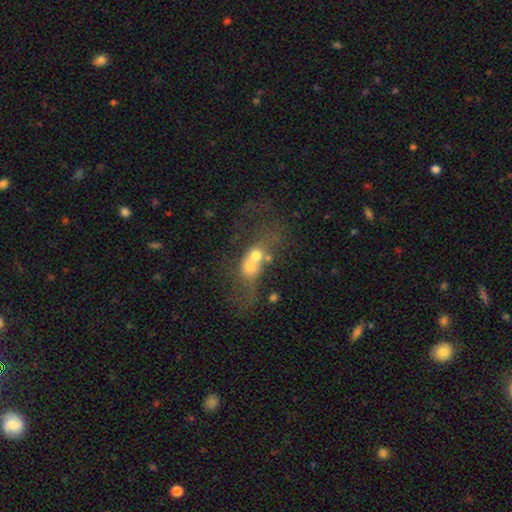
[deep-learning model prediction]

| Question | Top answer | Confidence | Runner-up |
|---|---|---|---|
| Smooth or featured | smooth | 50% | featured or disk (35%) |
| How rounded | round | 55% | in between (40%) |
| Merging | merger | 71% | none (14%) |